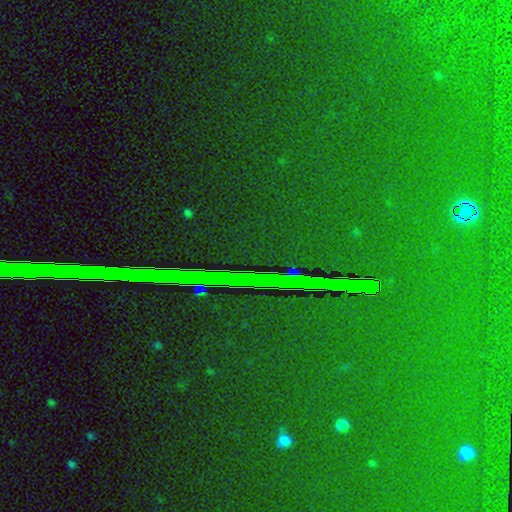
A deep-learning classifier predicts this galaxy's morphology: This is clearly a star or artifact rather than a galaxy (86%).